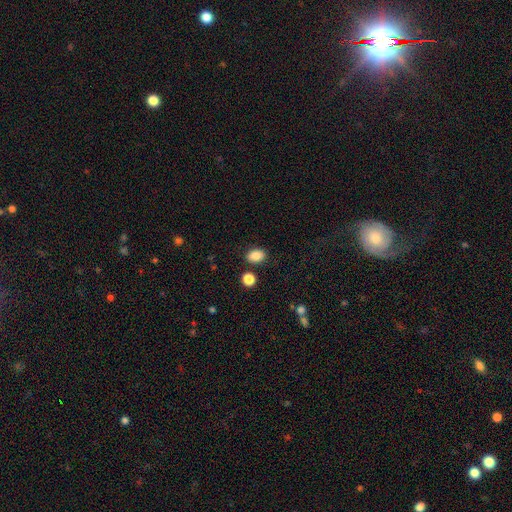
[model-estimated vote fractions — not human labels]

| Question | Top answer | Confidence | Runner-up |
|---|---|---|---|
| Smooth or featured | smooth | 86% | star or artifact (9%) |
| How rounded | in between | 77% | round (21%) |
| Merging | none | 83% | minor disturbance (10%) |